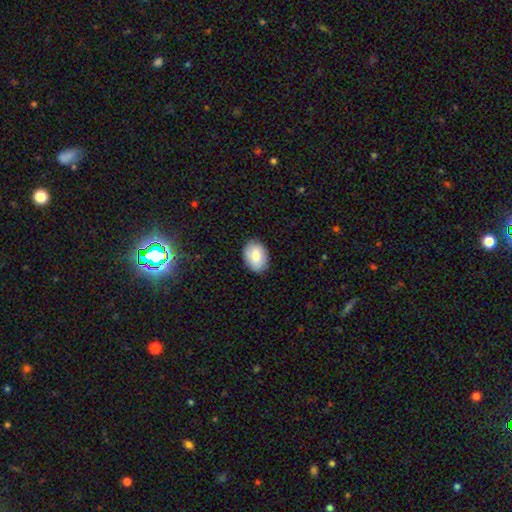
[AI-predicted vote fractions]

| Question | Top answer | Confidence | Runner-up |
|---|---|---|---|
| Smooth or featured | smooth | 78% | featured or disk (14%) |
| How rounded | in between | 77% | round (22%) |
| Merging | none | 85% | minor disturbance (11%) |